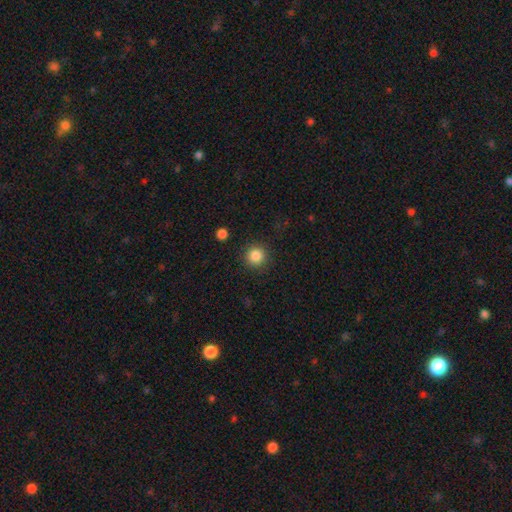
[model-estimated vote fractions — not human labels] A smooth galaxy with no disk features (85%) that is round (95%). Merging: none (90%).